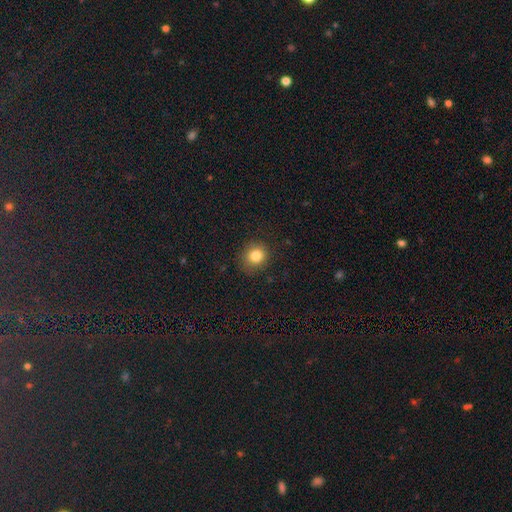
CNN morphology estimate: Q: Smooth or featured?
A: smooth (82%); runner-up: star or artifact (11%)
Q: How rounded?
A: round (80%); runner-up: in between (19%)
Q: Merging?
A: none (85%); runner-up: minor disturbance (11%)